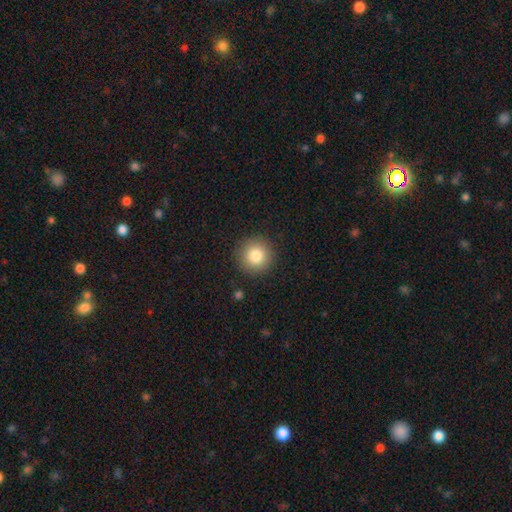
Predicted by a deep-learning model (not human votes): A smooth galaxy with no disk features (83%) that is round (95%).

Vote fractions:
- Smooth or featured? smooth: 83% / star or artifact: 10% / featured or disk: 7%
- How rounded? round: 95% / in between: 4% / cigar-shaped: 1%
- Merging? none: 90% / minor disturbance: 6% / major disturbance: 2% / merger: 1%